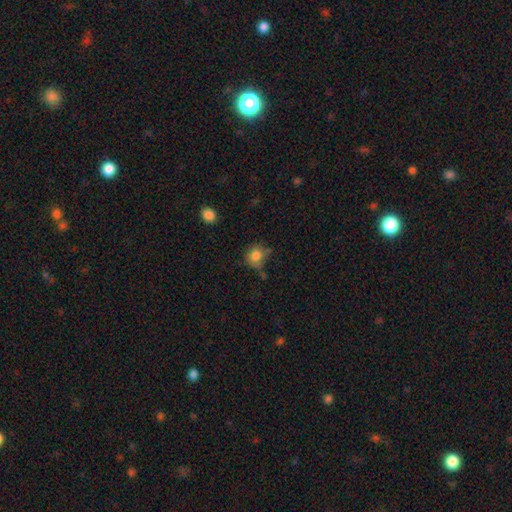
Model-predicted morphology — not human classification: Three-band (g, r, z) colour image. It shows a smooth galaxy with no disk features (80%) that is round (76%). Merging: none (57%).